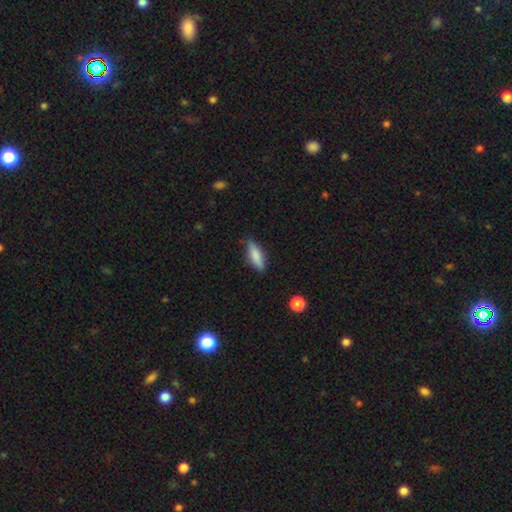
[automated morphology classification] smooth-or-featured: smooth: 77% | featured or disk: 16% | star or artifact: 7%
  how-rounded: in between: 50% | cigar-shaped: 48% | round: 2%
  merging: none: 79% | minor disturbance: 16% | major disturbance: 3% | merger: 2%